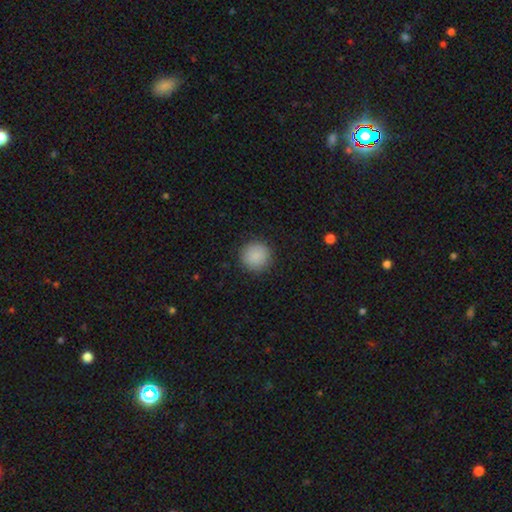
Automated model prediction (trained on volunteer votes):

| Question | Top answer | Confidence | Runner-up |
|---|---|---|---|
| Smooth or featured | smooth | 88% | star or artifact (8%) |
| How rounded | round | 94% | in between (5%) |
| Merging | none | 90% | minor disturbance (7%) |